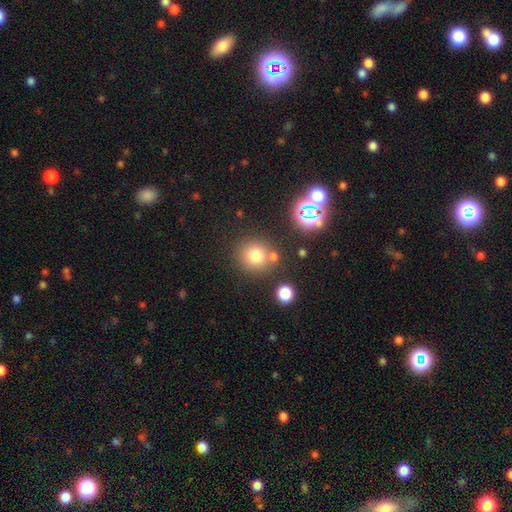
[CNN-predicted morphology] smooth 75%, star or artifact 16%, featured or disk 9%. Down the decision tree: how rounded — round (91%); merging — none (71%).